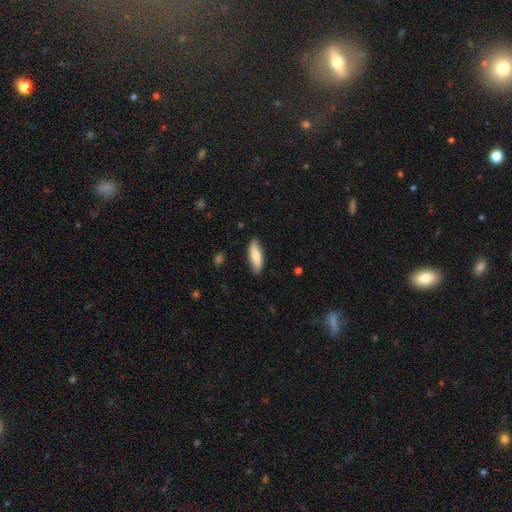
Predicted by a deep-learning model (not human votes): Smooth or featured? Predicted: smooth (p=0.70). How rounded? Predicted: in between (p=0.52). Merging? Predicted: none (p=0.84).